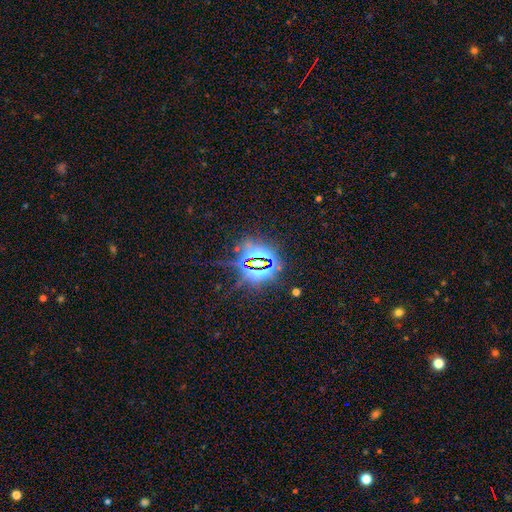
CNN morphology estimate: Smooth or featured? Predicted: star or artifact (p=0.83).